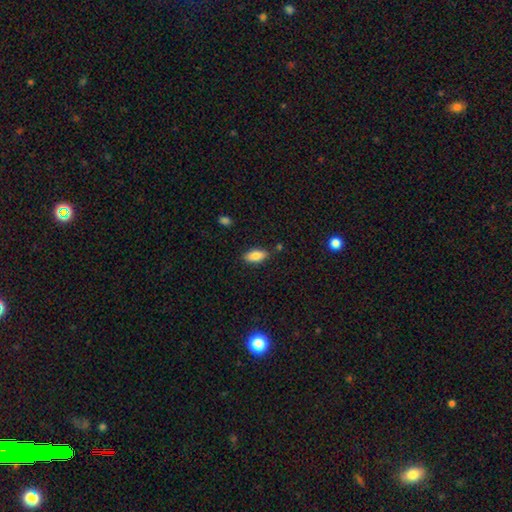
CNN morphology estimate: Smooth or featured? smooth (85%)
How rounded? in between (87%)
Merging? none (83%)